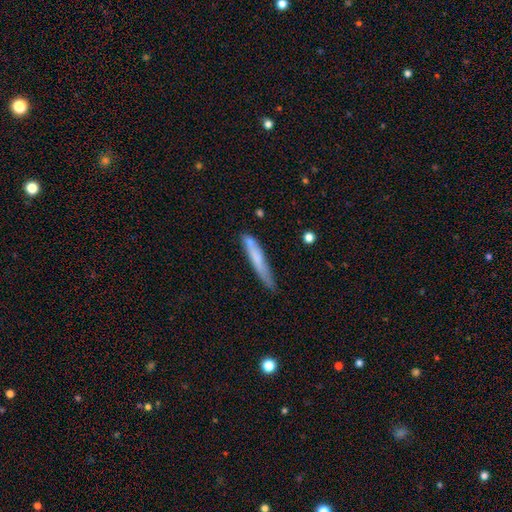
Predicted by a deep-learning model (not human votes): This is likely a smooth galaxy (64%). How rounded: clearly cigar-shaped (94%). Merging: likely none (61%).